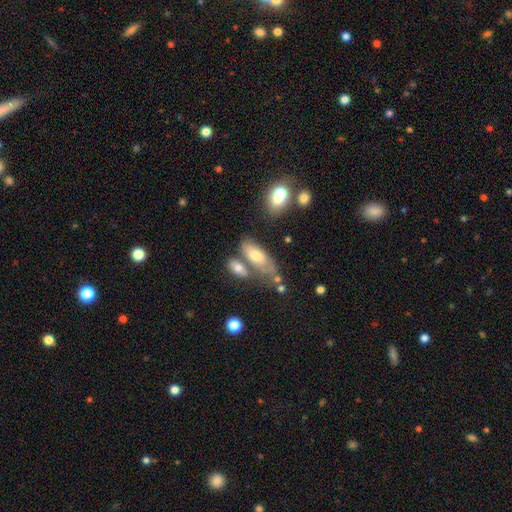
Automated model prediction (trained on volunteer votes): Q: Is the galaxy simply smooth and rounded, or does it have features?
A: smooth — 60%.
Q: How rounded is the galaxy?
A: in between — 80%.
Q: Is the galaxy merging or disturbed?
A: none — 41%.